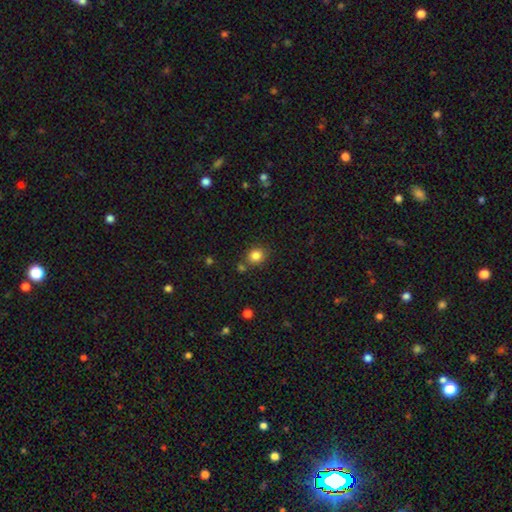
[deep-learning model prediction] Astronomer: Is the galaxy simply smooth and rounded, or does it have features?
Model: smooth — 84%.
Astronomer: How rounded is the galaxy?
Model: round — 72%.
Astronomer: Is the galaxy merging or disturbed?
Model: none — 77%.